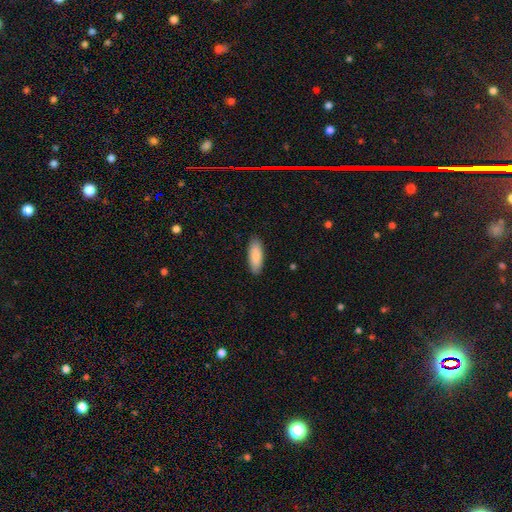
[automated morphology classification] This appears to be a smooth galaxy with no disk features (86%) that is in between round and cigar-shaped (71%). Merging: none (89%).